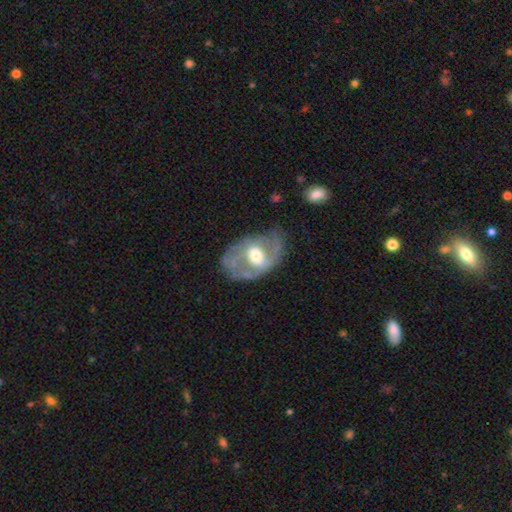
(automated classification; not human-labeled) smooth_or_featured: featured or disk (p=0.76) [alt: smooth p=0.18]
disk_edge_on: no (p=0.95) [alt: yes p=0.05]
bar: weak (p=0.43) [alt: no p=0.36]
has_spiral_arms: yes (p=0.74) [alt: no p=0.26]
spiral_winding: medium (p=0.46) [alt: loose p=0.28]
spiral_arm_count: 2 (p=0.69) [alt: can't tell p=0.17]
bulge_size: moderate (p=0.67) [alt: large p=0.16]
merging: none (p=0.63) [alt: minor disturbance p=0.21]